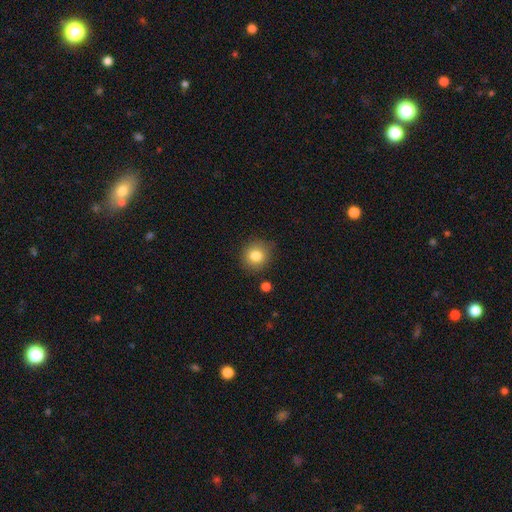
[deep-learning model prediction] smooth-or-featured: smooth: 82% | star or artifact: 10% | featured or disk: 7%
  how-rounded: round: 87% | in between: 12% | cigar-shaped: 1%
  merging: none: 86% | minor disturbance: 9% | major disturbance: 3% | merger: 2%